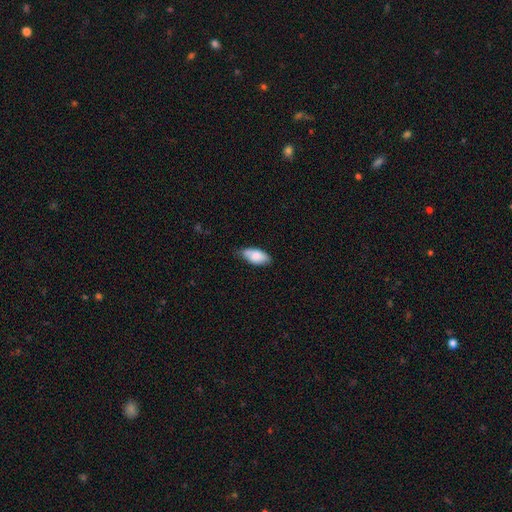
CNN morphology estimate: A smooth galaxy with no disk features (83%) that is in between round and cigar-shaped (91%). Merging: none (70%).